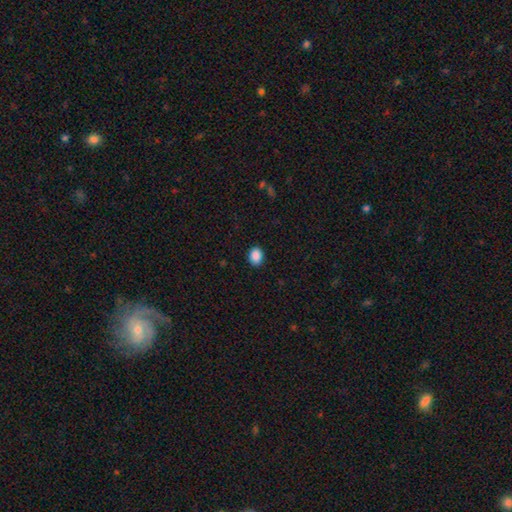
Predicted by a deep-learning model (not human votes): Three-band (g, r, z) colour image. It shows a smooth galaxy with no disk features (89%) that is in between round and cigar-shaped (64%). Merging: none (90%).